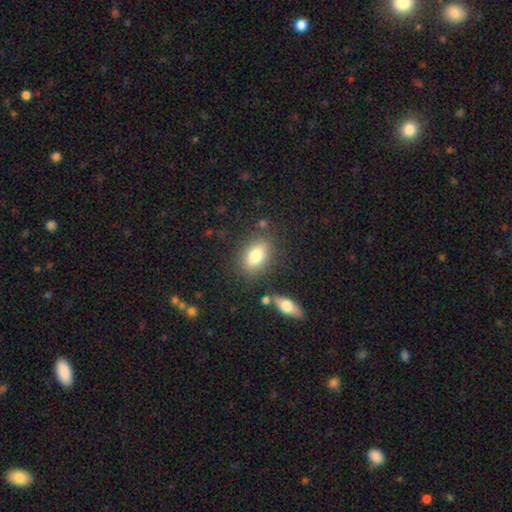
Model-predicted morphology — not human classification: The model was most divided on "merging": none: 79%, minor disturbance: 12%, merger: 5%, major disturbance: 4%. More confident: how rounded — in between (86%); smooth or featured — smooth (80%).